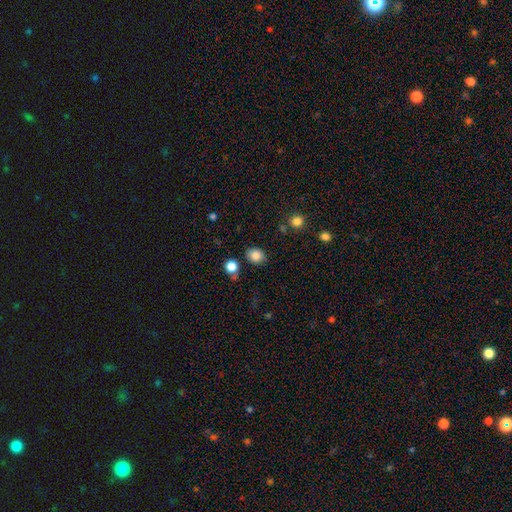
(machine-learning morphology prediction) smooth_or_featured: smooth (p=0.84) [alt: star or artifact p=0.10]
how_rounded: round (p=0.59) [alt: in between p=0.40]
merging: none (p=0.82) [alt: minor disturbance p=0.11]